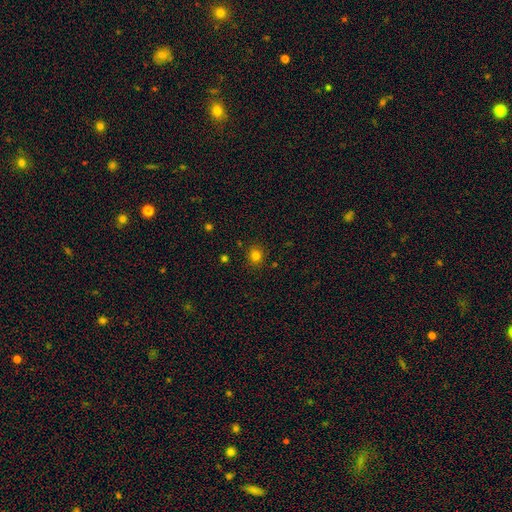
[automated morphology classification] A smooth galaxy with no disk features (79%) that is round (79%).

Vote fractions:
- Smooth or featured? smooth: 79% / star or artifact: 15% / featured or disk: 6%
- How rounded? round: 79% / in between: 20% / cigar-shaped: 1%
- Merging? none: 88% / minor disturbance: 8% / major disturbance: 2% / merger: 2%